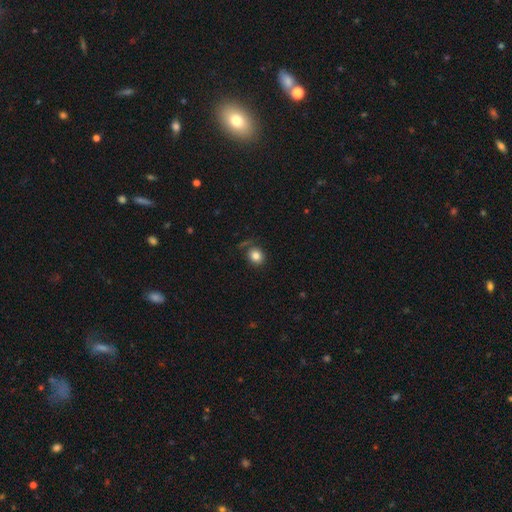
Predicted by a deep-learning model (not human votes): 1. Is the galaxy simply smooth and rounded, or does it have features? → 82% smooth, 11% star or artifact, 7% featured or disk.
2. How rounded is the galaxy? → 74% round, 25% in between, 1% cigar-shaped.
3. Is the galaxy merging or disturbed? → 78% none, 13% minor disturbance, 5% major disturbance, 4% merger.